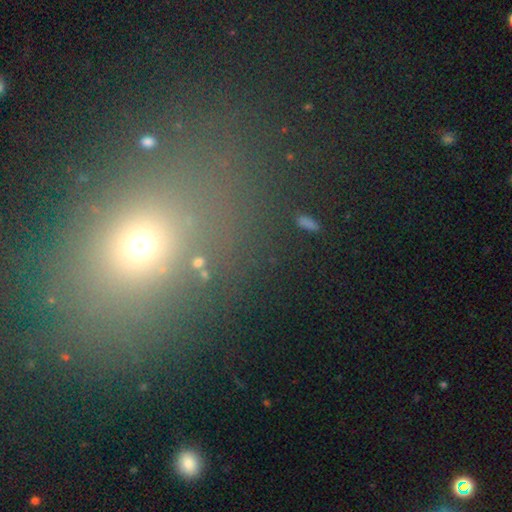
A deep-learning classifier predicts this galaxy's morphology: type=smooth (56%); roundness=in between (55%); merging=none (78%).